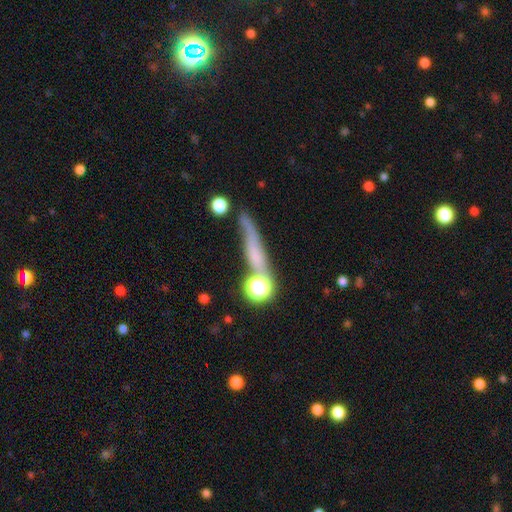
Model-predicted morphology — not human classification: Smooth or featured: smooth — 48% (featured or disk — 35%)
Merging: none — 59% (minor disturbance — 20%)